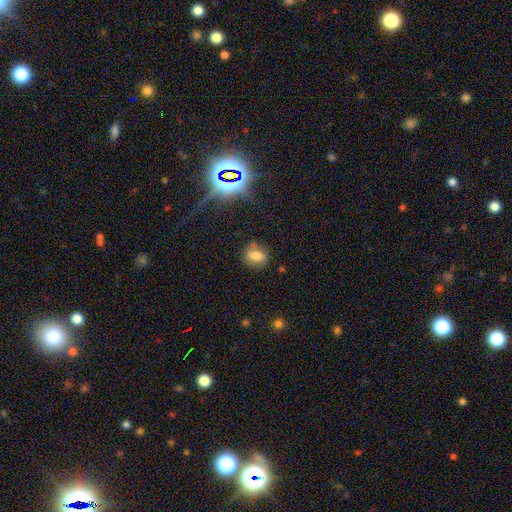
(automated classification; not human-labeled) smooth 72%, star or artifact 15%, featured or disk 13%. Down the decision tree: how rounded — in between (52%); merging — none (70%).